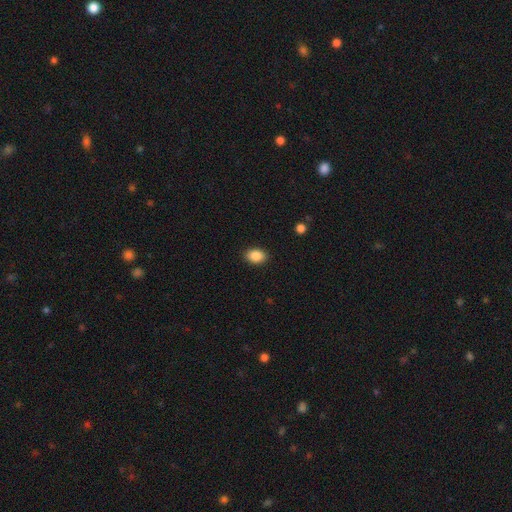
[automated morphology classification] Smooth or featured? Predicted: smooth (p=0.88). How rounded? Predicted: in between (p=0.78). Merging? Predicted: none (p=0.90).